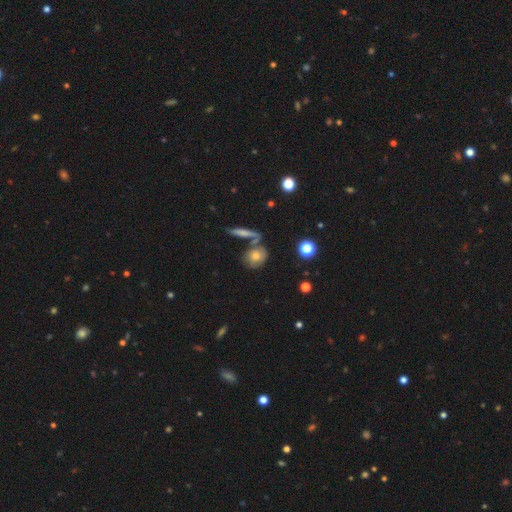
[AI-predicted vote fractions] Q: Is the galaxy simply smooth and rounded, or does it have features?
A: smooth — 59%.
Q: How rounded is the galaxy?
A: round — 59%.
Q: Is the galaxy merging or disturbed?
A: none — 56%.